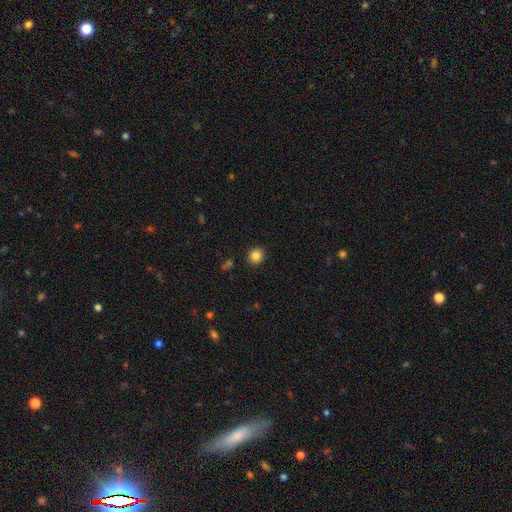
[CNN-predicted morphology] Smooth or featured? smooth (83%)
How rounded? round (90%)
Merging? none (92%)